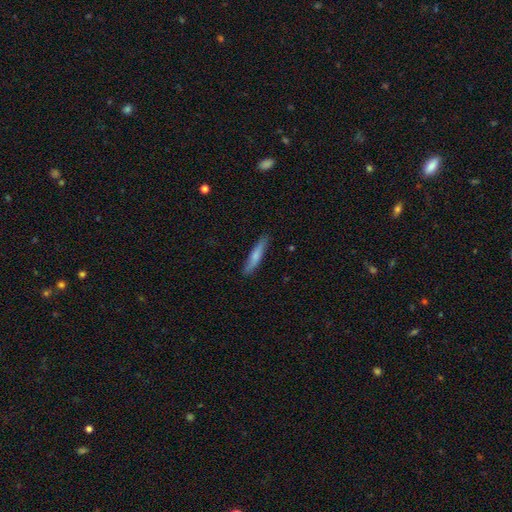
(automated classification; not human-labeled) Overall: smooth (71%). How rounded: cigar-shaped (90%). Merging: none (87%).